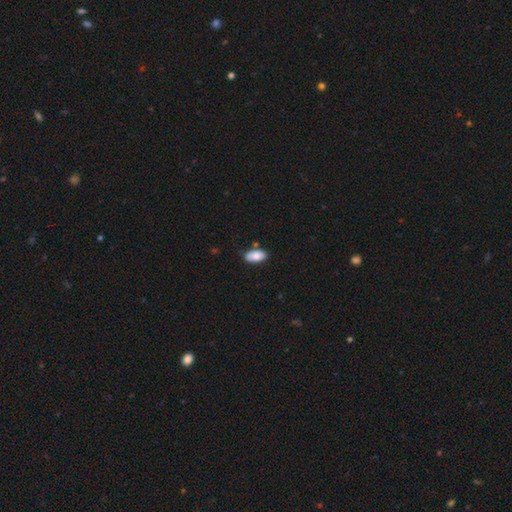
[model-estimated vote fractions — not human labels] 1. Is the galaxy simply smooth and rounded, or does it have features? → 83% smooth, 10% featured or disk, 7% star or artifact.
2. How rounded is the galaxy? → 93% in between, 4% cigar-shaped, 3% round.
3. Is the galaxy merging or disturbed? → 78% none, 15% minor disturbance, 4% merger, 3% major disturbance.